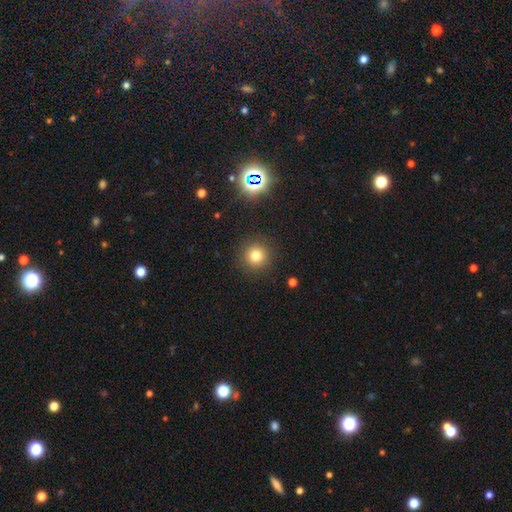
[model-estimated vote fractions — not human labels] smooth 76%, star or artifact 17%, featured or disk 7%. Down the decision tree: how rounded — round (95%); merging — none (91%).